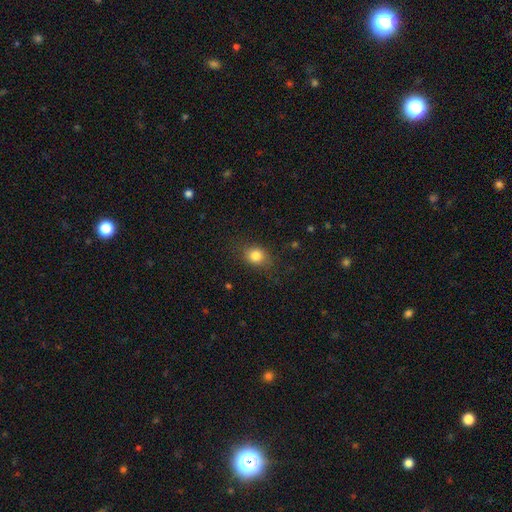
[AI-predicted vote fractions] Smooth or featured: smooth — 82% (star or artifact — 11%)
How rounded: round — 61% (in between — 38%)
Merging: none — 80% (minor disturbance — 14%)